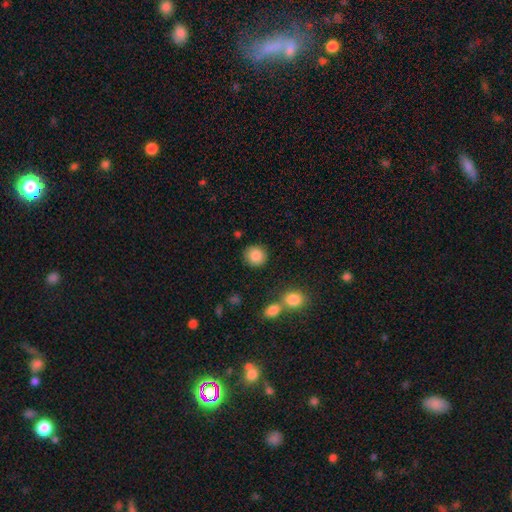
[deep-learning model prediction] Smooth or featured? smooth (86%)
How rounded? round (89%)
Merging? none (86%)